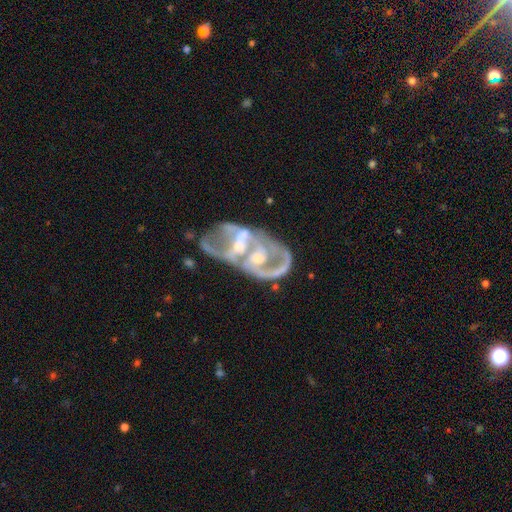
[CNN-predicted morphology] The model was most divided on "spiral arms": yes: 56%, no: 44%. Remaining: edge-on disk — no (94%); smooth or featured — featured or disk (80%); merging — merger (60%); bulge size — moderate (51%); bar — no (45%).